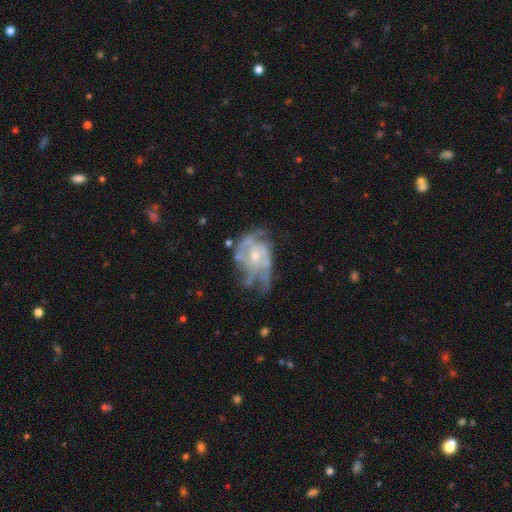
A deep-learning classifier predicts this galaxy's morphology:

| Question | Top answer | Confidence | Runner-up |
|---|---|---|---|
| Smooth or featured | featured or disk | 83% | smooth (10%) |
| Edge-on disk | no | 97% | yes (3%) |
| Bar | no | 70% | weak (25%) |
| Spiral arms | yes | 83% | no (17%) |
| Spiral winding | medium | 44% | tight (36%) |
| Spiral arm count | can't tell | 32% | 2 (30%) |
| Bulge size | small | 50% | moderate (44%) |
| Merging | none | 43% | major disturbance (27%) |